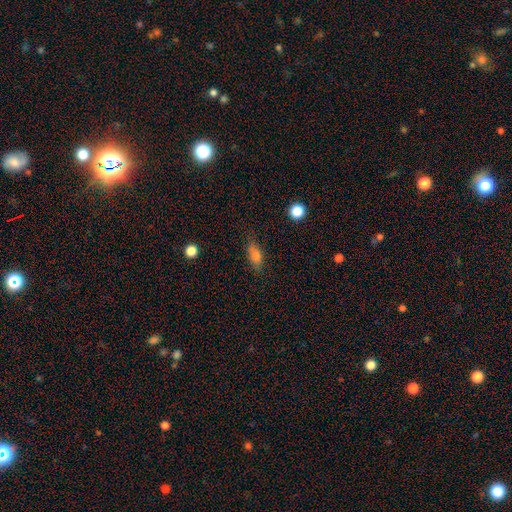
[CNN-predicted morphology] The model was most divided on "how rounded": in between: 69%, cigar-shaped: 26%, round: 5%. More confident: merging — none (80%); smooth or featured — smooth (72%).